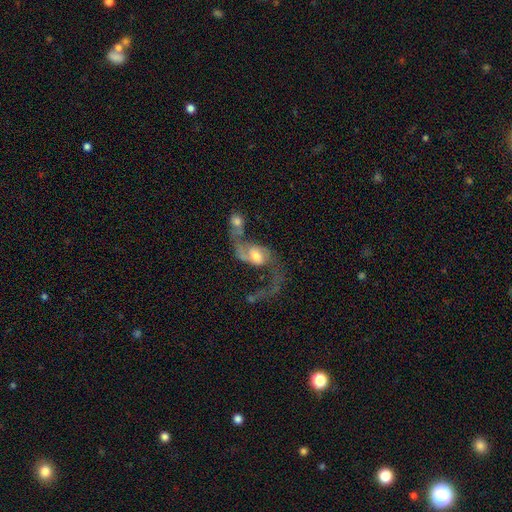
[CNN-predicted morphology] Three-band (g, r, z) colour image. It shows a featured or disk galaxy (78%) with a weak bar (45%), 2 (82%) loose (81%) spiral arms (89%) and a moderate central bulge (55%). Merging: merger (53%).